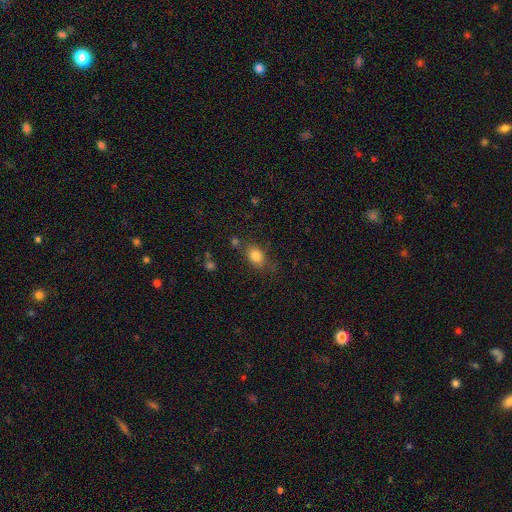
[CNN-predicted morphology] smooth-or-featured: smooth: 82% | star or artifact: 10% | featured or disk: 7%
  how-rounded: in between: 72% | round: 26% | cigar-shaped: 2%
  merging: none: 71% | minor disturbance: 17% | merger: 6% | major disturbance: 6%